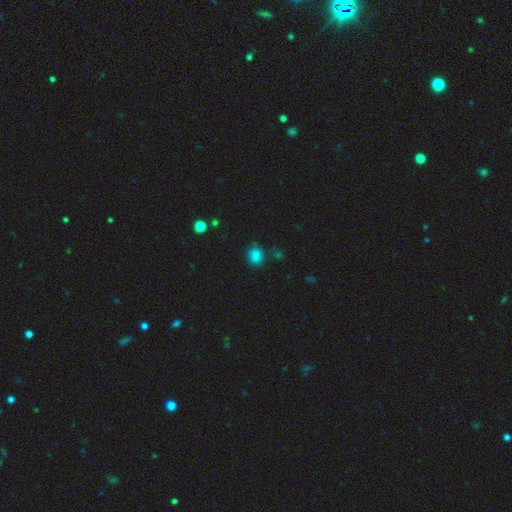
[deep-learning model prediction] Q: Smooth or featured?
A: smooth (83%); runner-up: star or artifact (13%)
Q: How rounded?
A: round (75%); runner-up: in between (24%)
Q: Merging?
A: none (82%); runner-up: minor disturbance (11%)